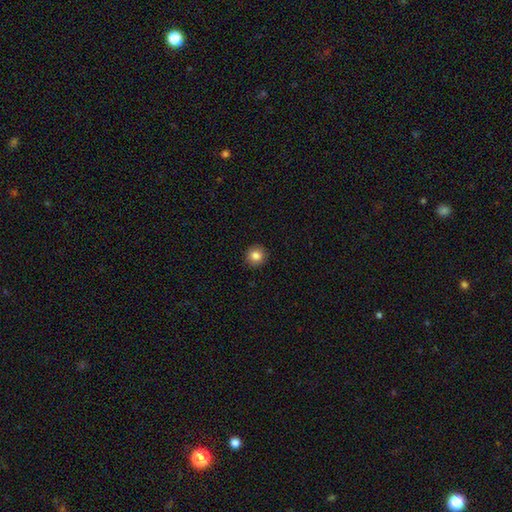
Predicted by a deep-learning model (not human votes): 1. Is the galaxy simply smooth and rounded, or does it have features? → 84% smooth, 10% star or artifact, 6% featured or disk.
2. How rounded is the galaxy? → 93% round, 6% in between, 1% cigar-shaped.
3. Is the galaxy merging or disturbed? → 91% none, 6% minor disturbance, 2% major disturbance, 1% merger.